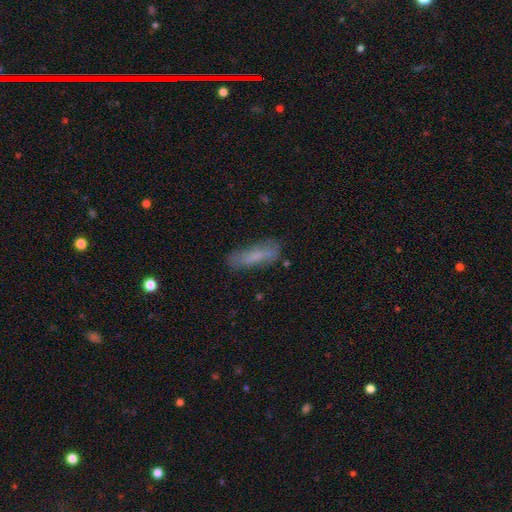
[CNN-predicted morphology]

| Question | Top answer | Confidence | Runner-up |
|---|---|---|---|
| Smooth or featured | smooth | 68% | featured or disk (24%) |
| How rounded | cigar-shaped | 63% | in between (35%) |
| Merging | none | 70% | minor disturbance (21%) |